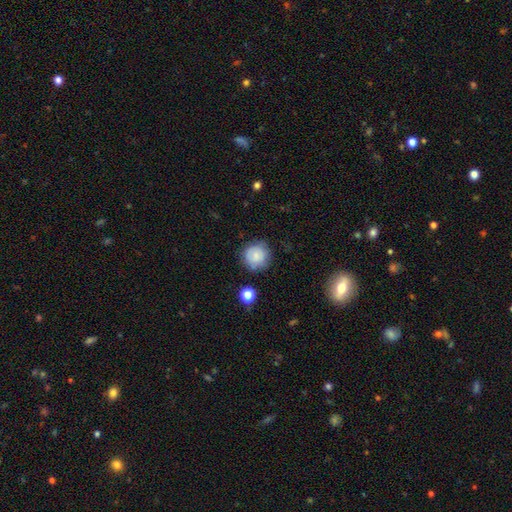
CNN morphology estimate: Smooth or featured? Predicted: smooth (p=0.76). How rounded? Predicted: round (p=0.91). Merging? Predicted: none (p=0.77).